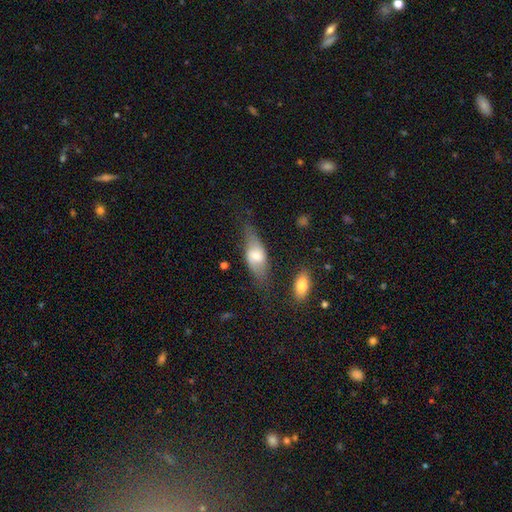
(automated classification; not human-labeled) Smooth or featured? Predicted: smooth (p=0.49). Merging? Predicted: none (p=0.58).